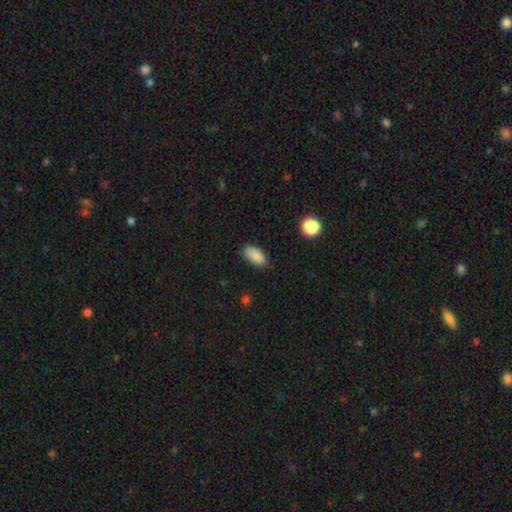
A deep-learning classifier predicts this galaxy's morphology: Smooth or featured? smooth (87%)
How rounded? in between (90%)
Merging? none (72%)